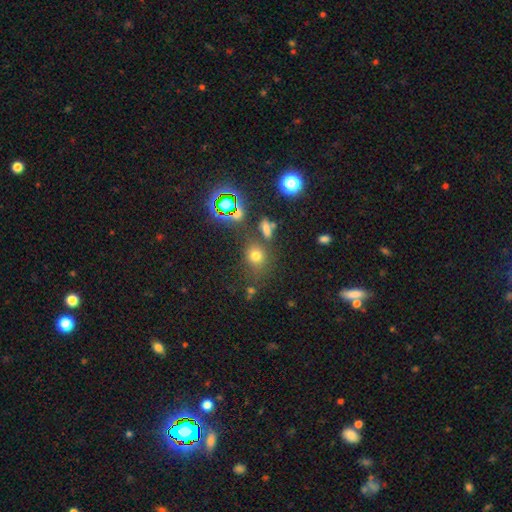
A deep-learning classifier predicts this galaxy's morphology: Smooth or featured?
  - smooth: 65% *
  - star or artifact: 26%
  - featured or disk: 9%
How rounded?
  - round: 70% *
  - in between: 28%
  - cigar-shaped: 2%
Merging?
  - none: 68% *
  - minor disturbance: 13%
  - merger: 12%
  - major disturbance: 7%